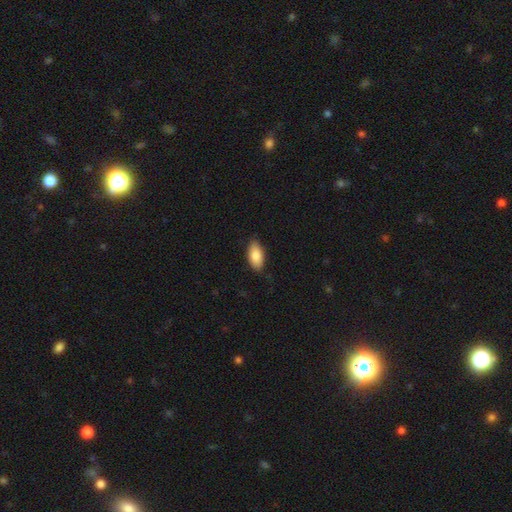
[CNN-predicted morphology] A smooth galaxy with no disk features (85%) that is in between round and cigar-shaped (92%).

Vote fractions:
- Smooth or featured? smooth: 85% / featured or disk: 8% / star or artifact: 6%
- How rounded? in between: 92% / cigar-shaped: 6% / round: 2%
- Merging? none: 85% / minor disturbance: 12% / major disturbance: 2% / merger: 1%